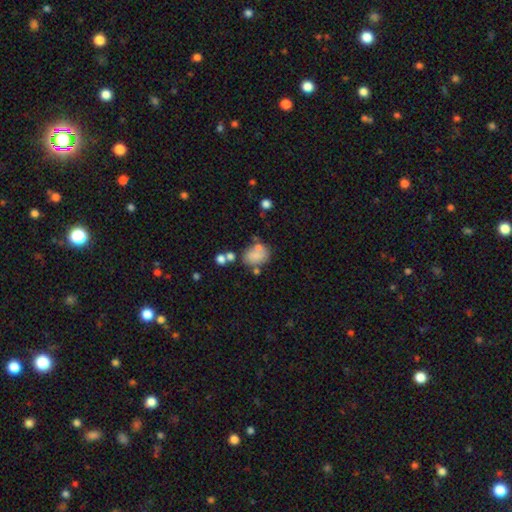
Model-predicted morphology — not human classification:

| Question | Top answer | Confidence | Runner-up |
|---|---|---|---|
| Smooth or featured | smooth | 74% | featured or disk (15%) |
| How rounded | in between | 68% | round (31%) |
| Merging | none | 50% | merger (21%) |